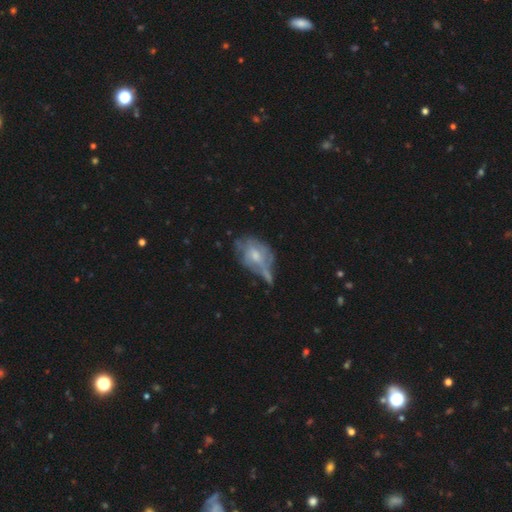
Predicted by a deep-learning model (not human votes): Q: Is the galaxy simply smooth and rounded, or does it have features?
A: featured or disk — 57%.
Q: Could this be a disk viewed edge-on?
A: no — 94%.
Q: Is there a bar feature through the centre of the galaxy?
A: no — 63%.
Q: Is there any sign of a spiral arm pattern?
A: no — 54%.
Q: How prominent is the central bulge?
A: moderate — 50%.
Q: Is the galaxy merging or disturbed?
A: none — 33%.